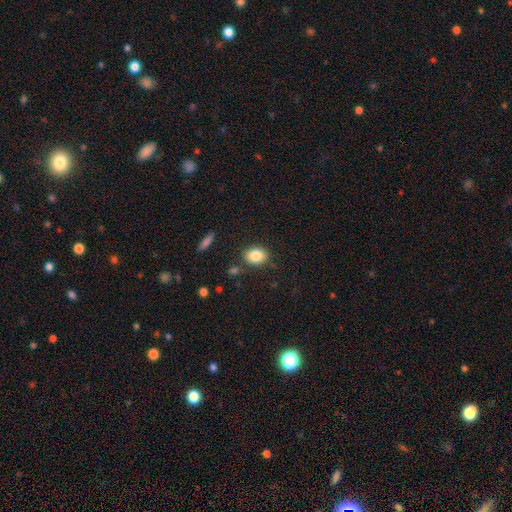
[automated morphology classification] A smooth galaxy with no disk features (85%) that is in between round and cigar-shaped (61%).

Vote fractions:
- Smooth or featured? smooth: 85% / star or artifact: 8% / featured or disk: 7%
- How rounded? in between: 61% / round: 38% / cigar-shaped: 1%
- Merging? none: 82% / minor disturbance: 11% / merger: 4% / major disturbance: 3%